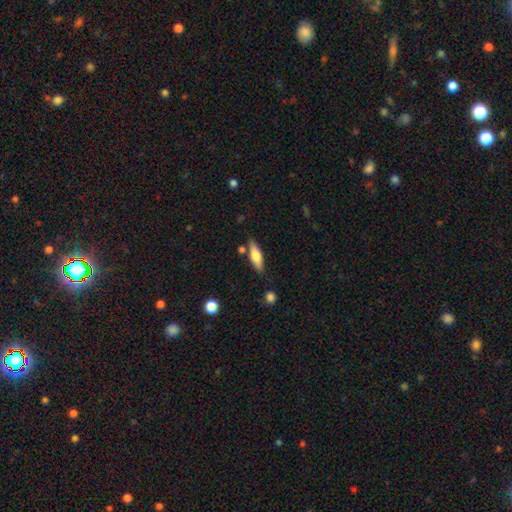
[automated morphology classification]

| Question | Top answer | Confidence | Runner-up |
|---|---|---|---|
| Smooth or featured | smooth | 61% | featured or disk (32%) |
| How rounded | cigar-shaped | 54% | in between (44%) |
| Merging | none | 79% | minor disturbance (13%) |